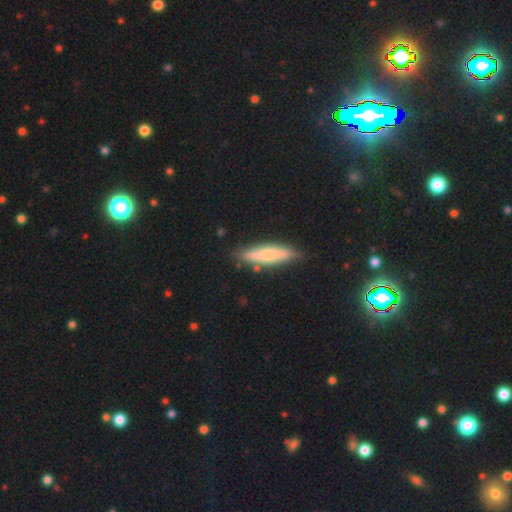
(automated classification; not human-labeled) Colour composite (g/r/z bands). It shows a smooth galaxy with no disk features (64%) that is cigar-shaped (69%). Merging: none (80%).